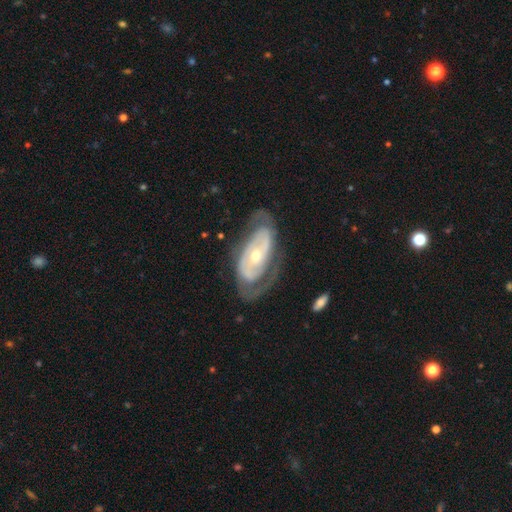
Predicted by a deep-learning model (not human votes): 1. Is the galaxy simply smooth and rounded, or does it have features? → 81% featured or disk, 14% smooth, 5% star or artifact.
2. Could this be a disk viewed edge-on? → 93% no, 7% yes.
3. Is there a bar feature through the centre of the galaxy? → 65% no, 22% weak, 13% strong.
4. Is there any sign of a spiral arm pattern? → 76% yes, 24% no.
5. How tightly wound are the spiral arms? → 51% tight, 34% medium, 15% loose.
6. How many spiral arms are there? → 63% 2, 24% can't tell, 7% 1, 4% 3, 2% 4, 1% more than 4.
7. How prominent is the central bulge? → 48% moderate (tied), 48% small (tied), 2% large, 1% dominant, 1% none.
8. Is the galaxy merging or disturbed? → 62% none, 19% minor disturbance, 17% major disturbance, 2% merger.